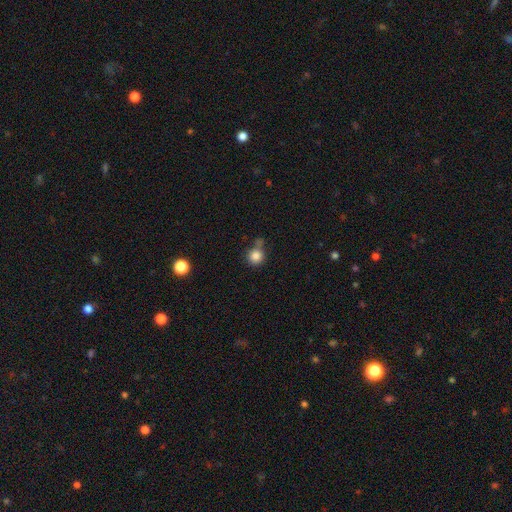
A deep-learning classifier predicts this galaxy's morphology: A smooth galaxy with no disk features (84%) that is round (92%). Merging: none (63%).